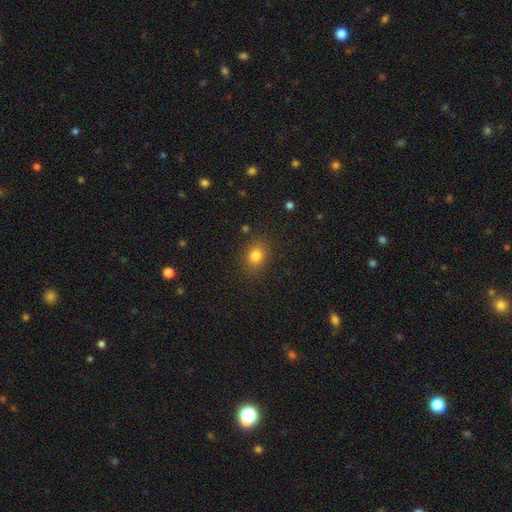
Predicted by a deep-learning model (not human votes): This appears to be a smooth galaxy with no disk features (81%) that is in between round and cigar-shaped (54%). Merging: none (84%).